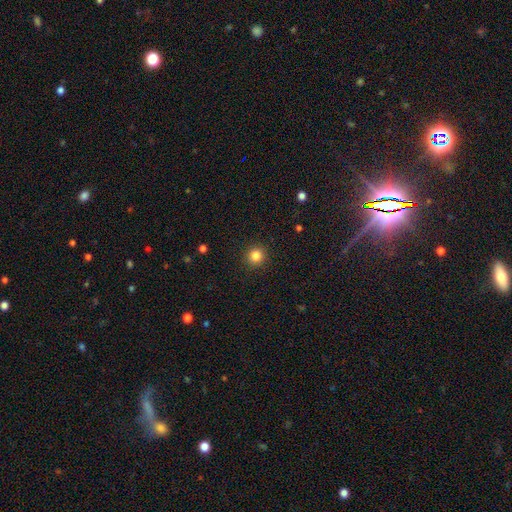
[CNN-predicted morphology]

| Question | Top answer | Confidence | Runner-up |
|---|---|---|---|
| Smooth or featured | smooth | 84% | star or artifact (11%) |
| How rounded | round | 94% | in between (5%) |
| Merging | none | 92% | minor disturbance (5%) |